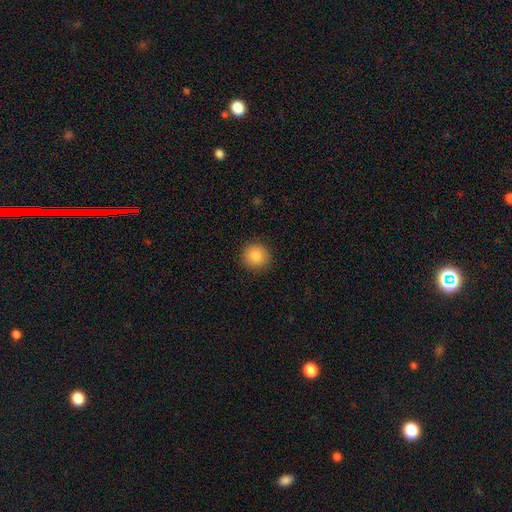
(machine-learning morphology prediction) A smooth galaxy with no disk features (86%) that is round (93%).

Vote fractions:
- Smooth or featured? smooth: 86% / star or artifact: 9% / featured or disk: 5%
- How rounded? round: 93% / in between: 6% / cigar-shaped: 1%
- Merging? none: 91% / minor disturbance: 6% / major disturbance: 2% / merger: 1%